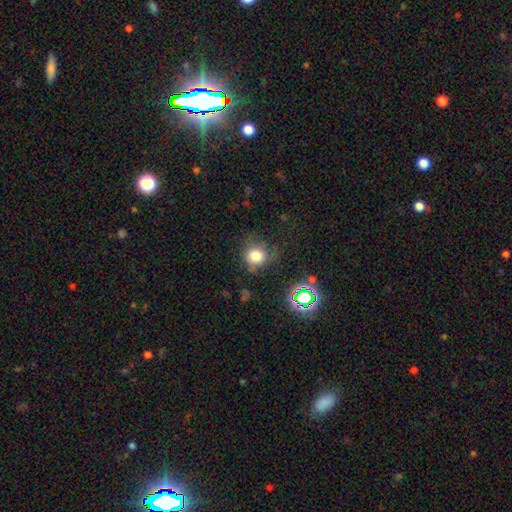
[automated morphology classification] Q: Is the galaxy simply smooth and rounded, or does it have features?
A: smooth — 75%.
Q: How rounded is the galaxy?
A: round — 81%.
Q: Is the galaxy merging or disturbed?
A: none — 58%.